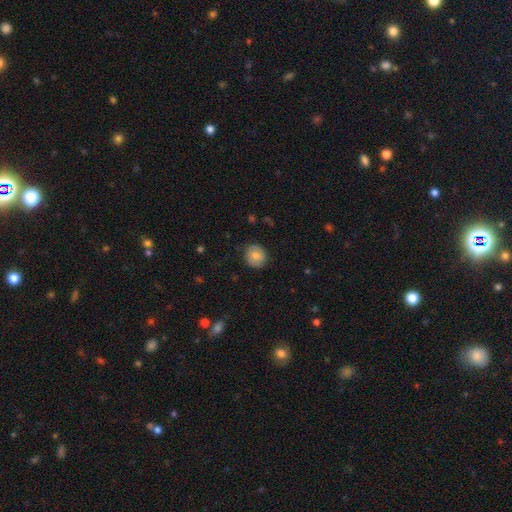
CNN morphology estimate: This is likely a smooth galaxy (74%). How rounded: clearly round (82%). Merging: clearly none (82%).